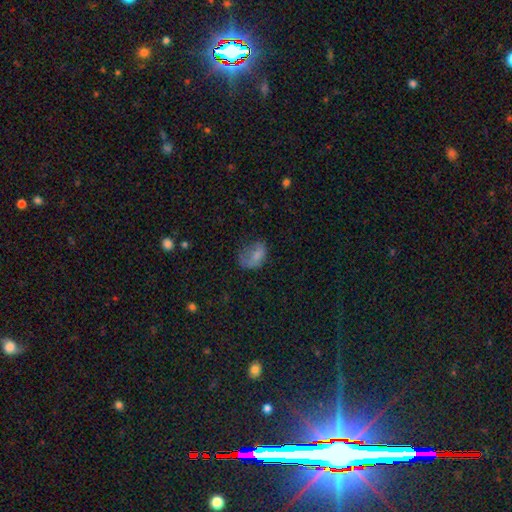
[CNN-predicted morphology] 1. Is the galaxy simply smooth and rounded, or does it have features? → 69% smooth, 19% featured or disk, 12% star or artifact.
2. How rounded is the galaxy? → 81% in between, 17% round, 2% cigar-shaped.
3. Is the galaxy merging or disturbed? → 34% none, 33% major disturbance, 31% minor disturbance, 3% merger.